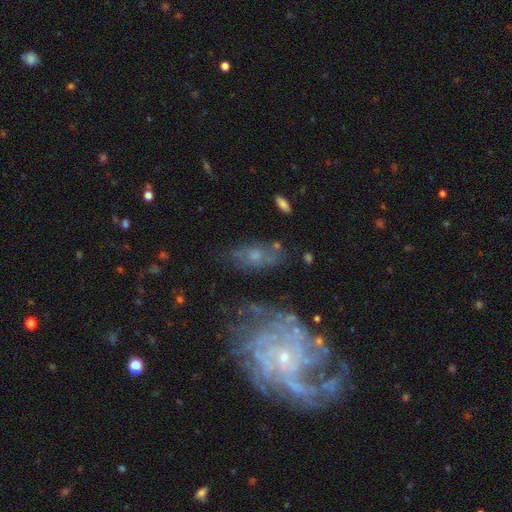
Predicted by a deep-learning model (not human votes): Smooth or featured?
  - featured or disk: 59% *
  - smooth: 28%
  - star or artifact: 13%
Edge-on disk?
  - no: 88% *
  - yes: 12%
Bar?
  - no: 77% *
  - weak: 19%
  - strong: 5%
Spiral arms?
  - yes: 65% *
  - no: 35%
Bulge size?
  - small: 53% *
  - moderate: 35%
  - none: 6%
  - large: 4%
  - dominant: 2%
Merging?
  - none: 58% *
  - minor disturbance: 21%
  - major disturbance: 14%
  - merger: 7%